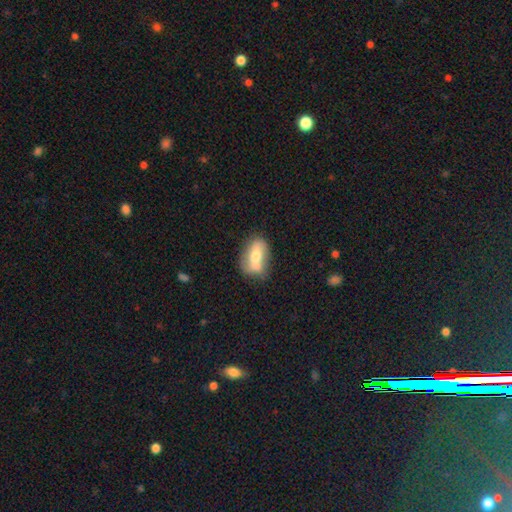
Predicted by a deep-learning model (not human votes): Smooth or featured? smooth (53%)
How rounded? in between (81%)
Merging? none (50%)